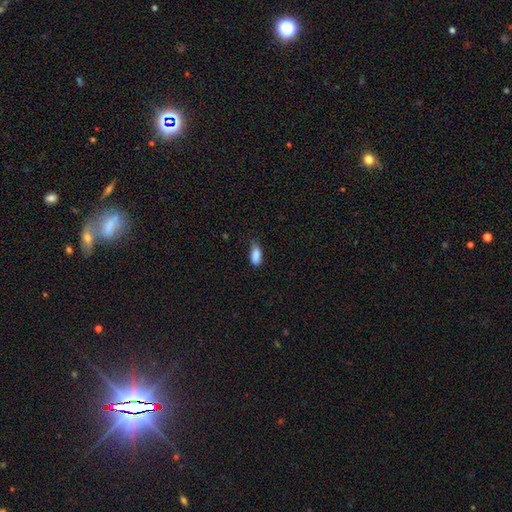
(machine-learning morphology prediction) Smooth or featured?
  - smooth: 87% *
  - star or artifact: 8%
  - featured or disk: 5%
How rounded?
  - in between: 84% *
  - cigar-shaped: 13%
  - round: 3%
Merging?
  - none: 56% *
  - minor disturbance: 34%
  - major disturbance: 8%
  - merger: 2%